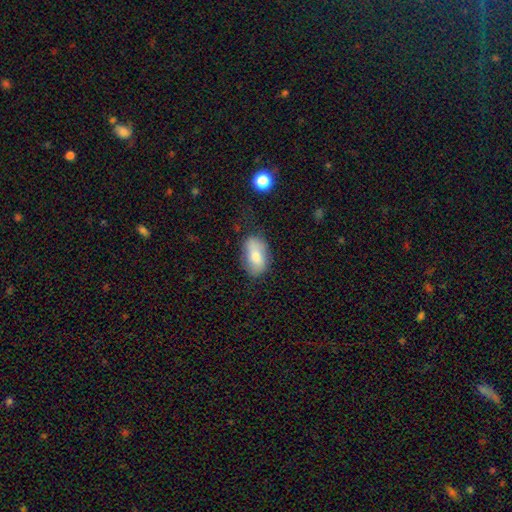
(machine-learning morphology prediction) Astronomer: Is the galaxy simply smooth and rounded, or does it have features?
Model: smooth — 73%.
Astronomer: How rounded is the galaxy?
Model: in between — 91%.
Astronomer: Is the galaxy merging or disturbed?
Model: none — 69%.